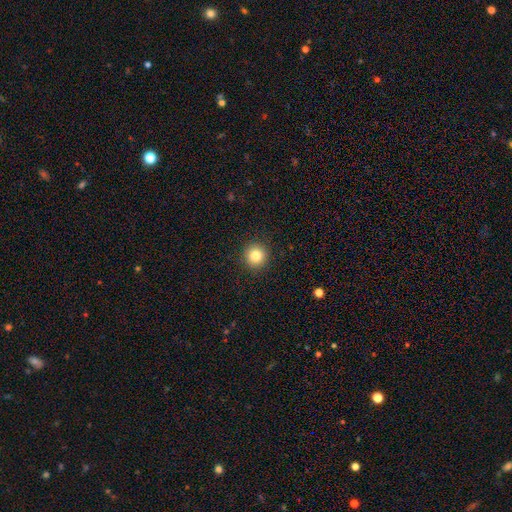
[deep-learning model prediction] smooth-or-featured: smooth: 83% | star or artifact: 11% | featured or disk: 6%
  how-rounded: round: 94% | in between: 5% | cigar-shaped: 1%
  merging: none: 92% | minor disturbance: 5% | major disturbance: 2% | merger: 1%